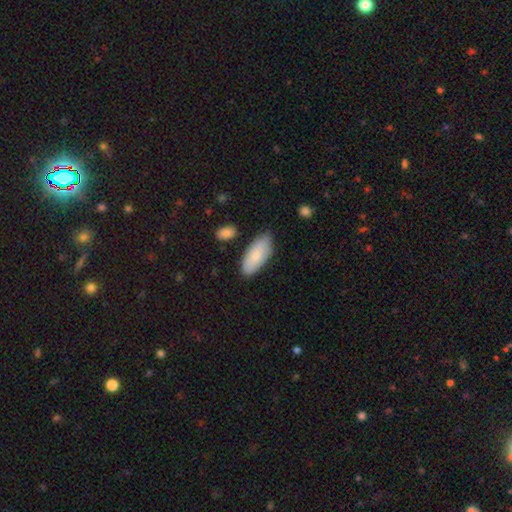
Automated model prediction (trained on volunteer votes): smooth_or_featured: smooth (p=0.81) [alt: featured or disk p=0.14]
how_rounded: in between (p=0.89) [alt: cigar-shaped p=0.09]
merging: none (p=0.79) [alt: minor disturbance p=0.15]